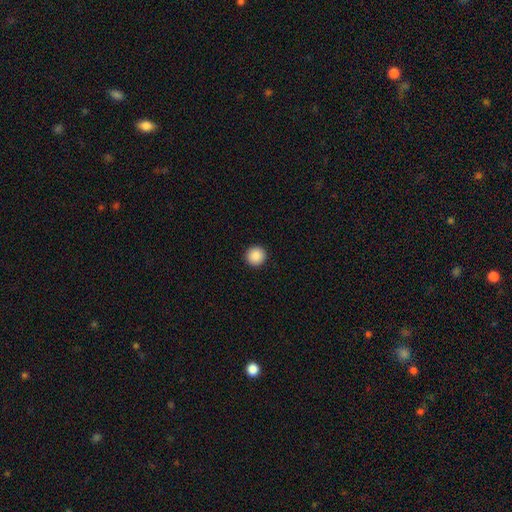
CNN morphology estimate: This is clearly a smooth galaxy (89%). How rounded: clearly round (96%). Merging: clearly none (94%).